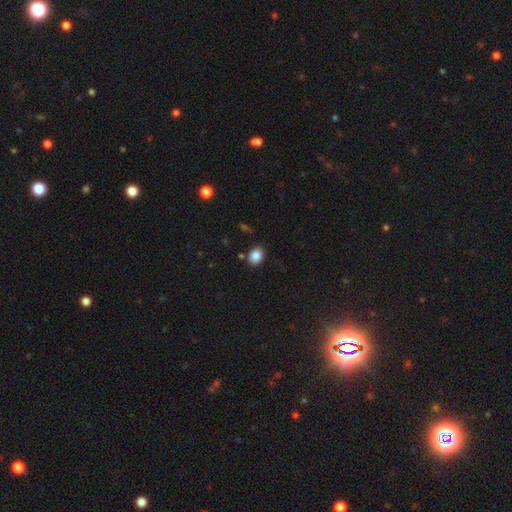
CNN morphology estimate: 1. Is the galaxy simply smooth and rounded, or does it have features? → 87% smooth, 9% star or artifact, 5% featured or disk.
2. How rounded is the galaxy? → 63% in between, 36% round, 1% cigar-shaped.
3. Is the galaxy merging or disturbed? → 84% none, 11% minor disturbance, 3% merger, 3% major disturbance.